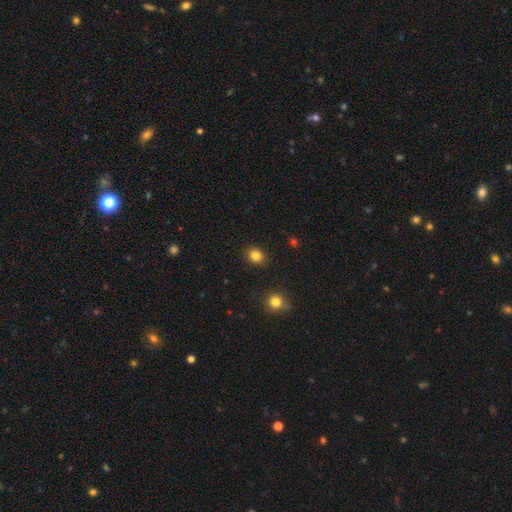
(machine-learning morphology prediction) Smooth or featured: smooth — 83% (star or artifact — 12%)
How rounded: round — 78% (in between — 21%)
Merging: none — 89% (minor disturbance — 7%)